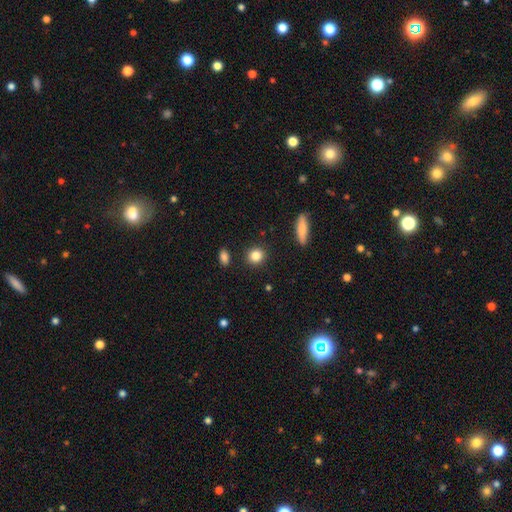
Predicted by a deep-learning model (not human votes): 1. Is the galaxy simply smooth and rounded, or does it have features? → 86% smooth, 9% star or artifact, 5% featured or disk.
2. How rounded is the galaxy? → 79% round, 19% in between, 2% cigar-shaped.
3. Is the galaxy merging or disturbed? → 90% none, 6% minor disturbance, 2% merger, 2% major disturbance.